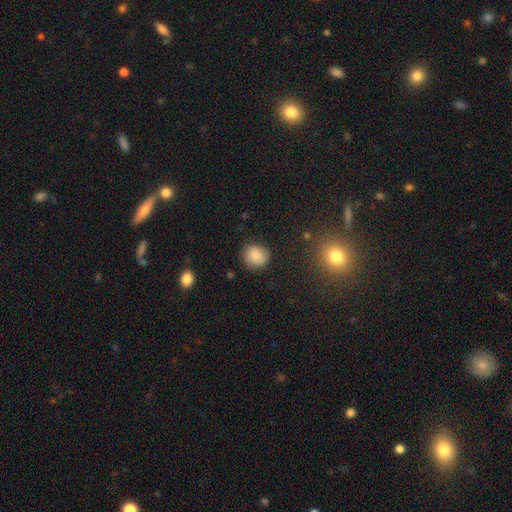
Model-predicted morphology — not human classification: Q: Smooth or featured?
A: smooth (83%); runner-up: star or artifact (9%)
Q: How rounded?
A: round (83%); runner-up: in between (16%)
Q: Merging?
A: none (84%); runner-up: minor disturbance (12%)